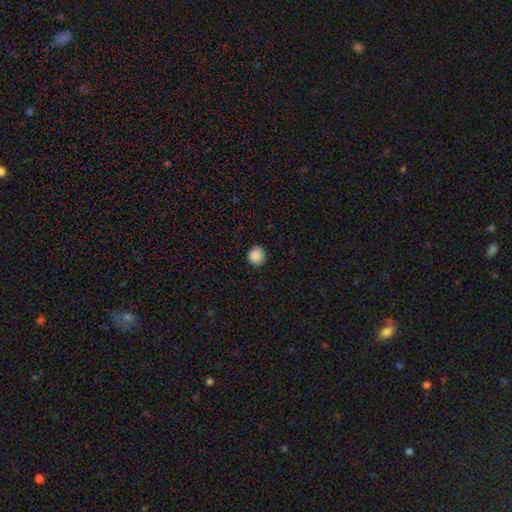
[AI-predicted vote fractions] The model was most divided on "smooth or featured": smooth: 87%, star or artifact: 9%, featured or disk: 3%. More confident: how rounded — round (91%); merging — none (89%).